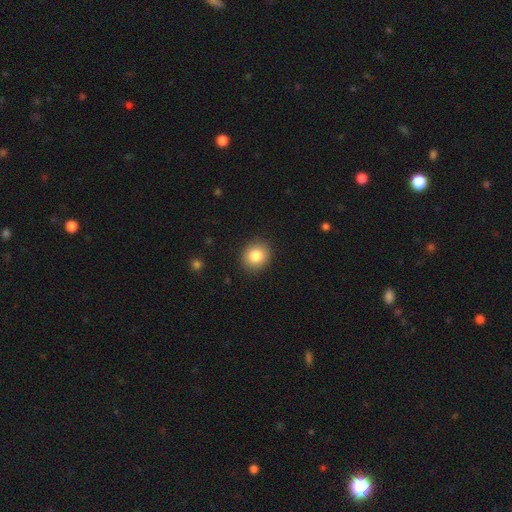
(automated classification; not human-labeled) A smooth galaxy with no disk features (83%) that is round (78%). Merging: none (91%).